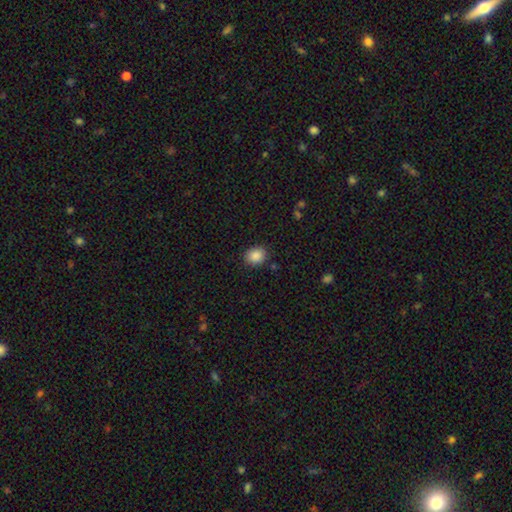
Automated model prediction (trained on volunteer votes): smooth 88%, star or artifact 9%, featured or disk 3%. Down the decision tree: how rounded — round (55%); merging — none (86%).